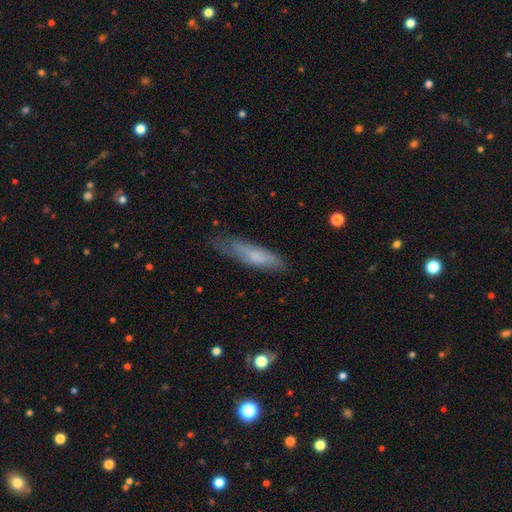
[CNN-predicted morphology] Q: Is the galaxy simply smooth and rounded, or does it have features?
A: smooth — 61%.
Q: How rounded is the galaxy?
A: cigar-shaped — 72%.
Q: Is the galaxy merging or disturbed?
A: none — 64%.